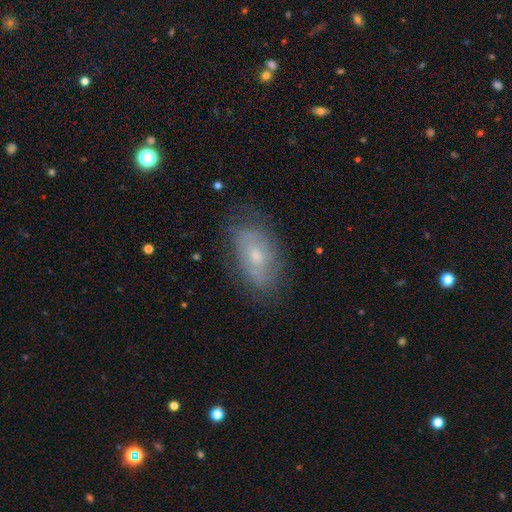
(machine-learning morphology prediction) A featured or disk galaxy (49%). Merging: none (70%).